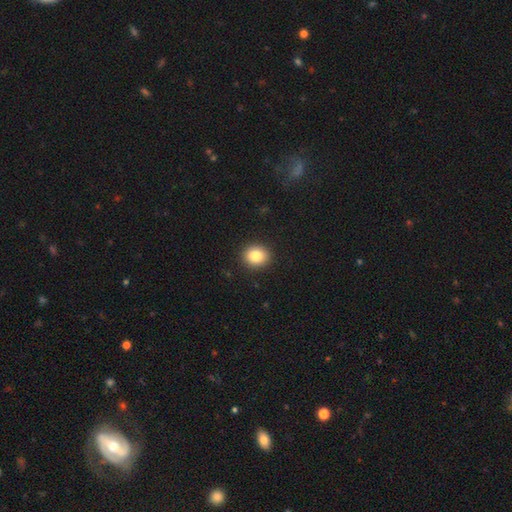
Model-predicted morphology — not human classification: Smooth or featured?
  - smooth: 84% *
  - star or artifact: 10%
  - featured or disk: 7%
How rounded?
  - round: 77% *
  - in between: 22%
  - cigar-shaped: 1%
Merging?
  - none: 92% *
  - minor disturbance: 6%
  - major disturbance: 2%
  - merger: 1%